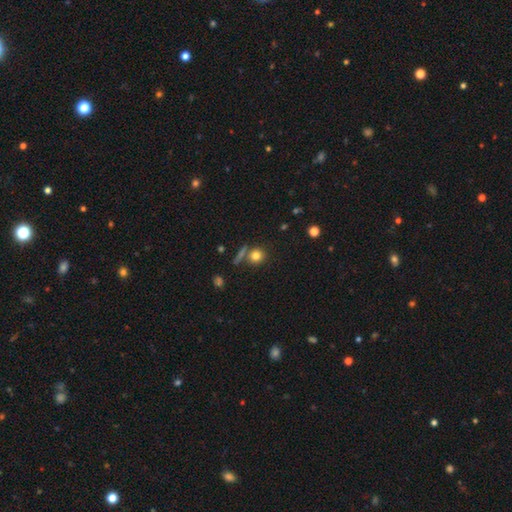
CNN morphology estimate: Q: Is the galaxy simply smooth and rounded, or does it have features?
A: smooth — 78%.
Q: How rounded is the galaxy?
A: round — 89%.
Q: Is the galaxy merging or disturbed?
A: none — 72%.